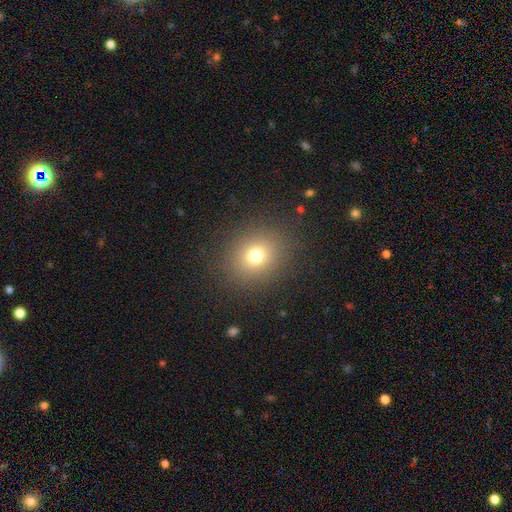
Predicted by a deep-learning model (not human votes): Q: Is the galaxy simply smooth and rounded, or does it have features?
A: smooth — 72%.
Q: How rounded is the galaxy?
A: round — 73%.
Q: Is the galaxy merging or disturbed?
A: none — 87%.